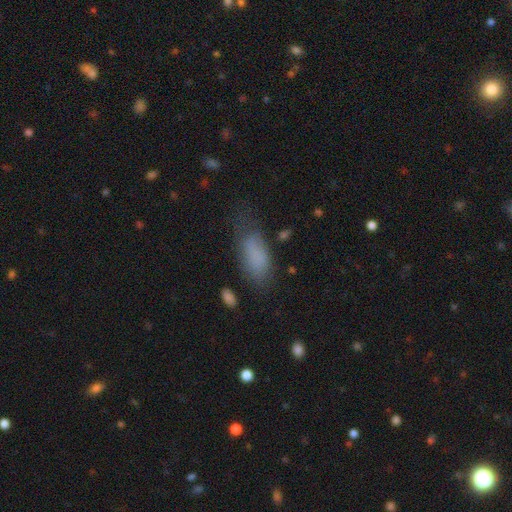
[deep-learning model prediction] Smooth or featured? smooth (80%)
How rounded? in between (82%)
Merging? none (52%)